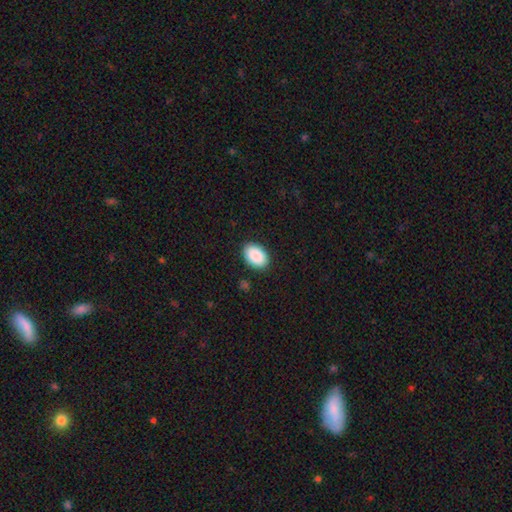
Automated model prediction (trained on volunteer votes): Morphology: type=smooth (91%); roundness=in between (89%); merging=none (89%).